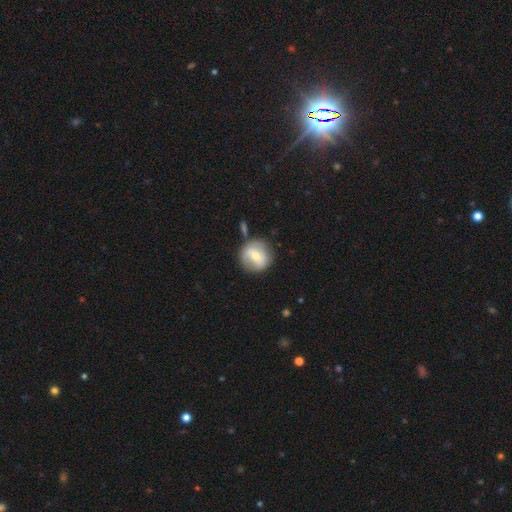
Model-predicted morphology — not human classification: type=smooth (50%); roundness=round (89%); merging=none (71%).